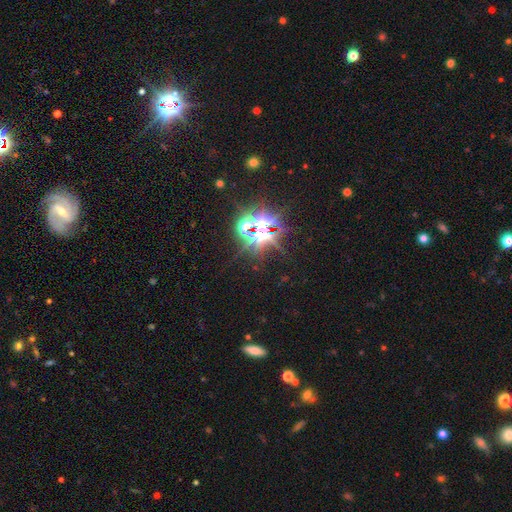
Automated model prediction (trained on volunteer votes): Smooth or featured: star or artifact — 79% (smooth — 12%)